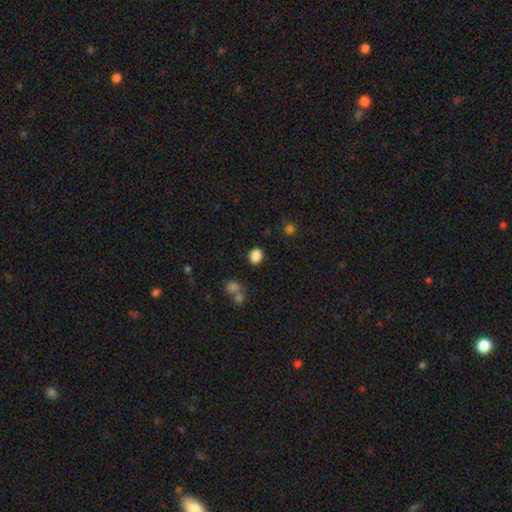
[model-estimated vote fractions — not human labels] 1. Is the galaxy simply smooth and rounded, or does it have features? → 86% smooth, 10% star or artifact, 4% featured or disk.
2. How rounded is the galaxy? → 53% round, 46% in between, 1% cigar-shaped.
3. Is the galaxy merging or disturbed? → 85% none, 8% minor disturbance, 3% merger, 3% major disturbance.